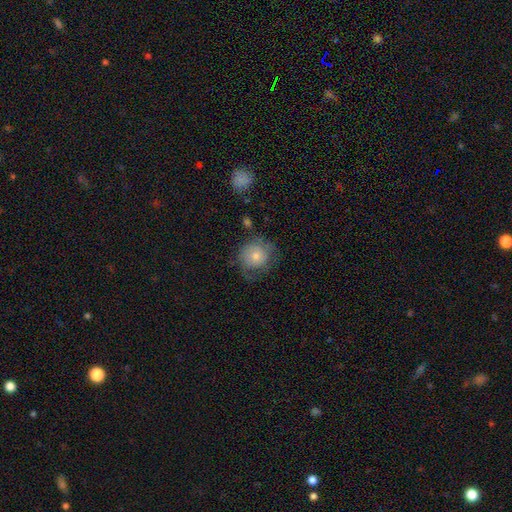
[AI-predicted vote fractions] Q: Smooth or featured?
A: smooth (52%); runner-up: featured or disk (40%)
Q: How rounded?
A: round (84%); runner-up: in between (15%)
Q: Merging?
A: none (56%); runner-up: minor disturbance (26%)